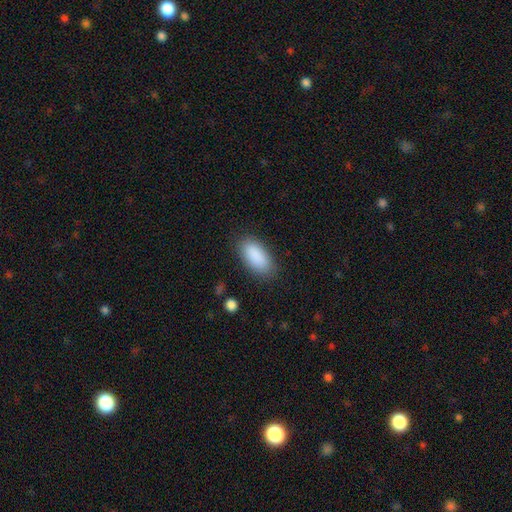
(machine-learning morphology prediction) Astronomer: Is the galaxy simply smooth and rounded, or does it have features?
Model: smooth — 89%.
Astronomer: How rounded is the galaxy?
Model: in between — 91%.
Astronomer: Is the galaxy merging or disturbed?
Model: none — 84%.